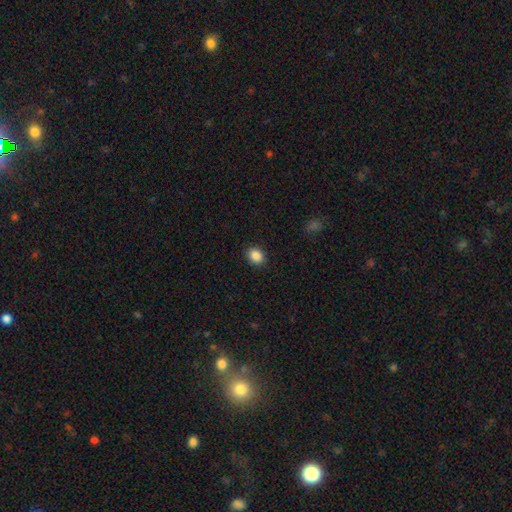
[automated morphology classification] Q: Smooth or featured?
A: smooth (88%); runner-up: star or artifact (9%)
Q: How rounded?
A: round (53%); runner-up: in between (46%)
Q: Merging?
A: none (90%); runner-up: minor disturbance (7%)